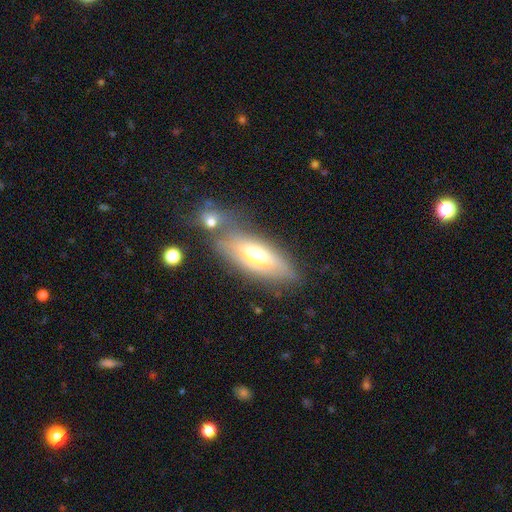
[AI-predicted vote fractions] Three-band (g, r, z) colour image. It shows a smooth galaxy with no disk features (55%) that is in between round and cigar-shaped (66%). Merging: none (62%).